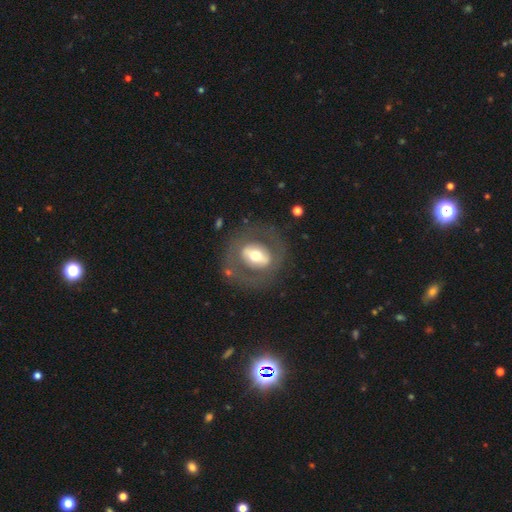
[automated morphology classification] Smooth or featured? Predicted: featured or disk (p=0.60). Edge-on disk? Predicted: no (p=0.92). Bar? Predicted: strong (p=0.41). Spiral arms? Predicted: no (p=0.80). Bulge size? Predicted: moderate (p=0.63). Merging? Predicted: none (p=0.74).